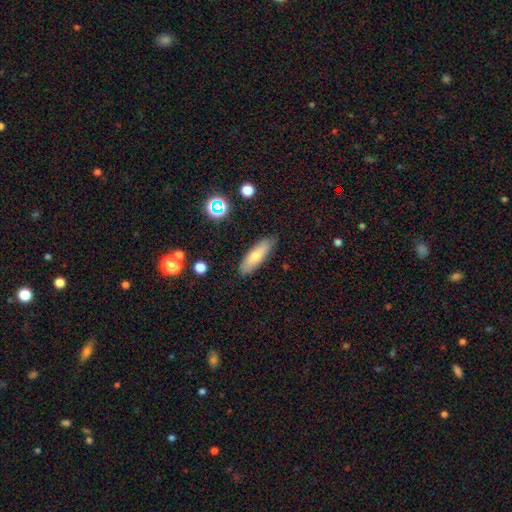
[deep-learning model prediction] smooth-or-featured: smooth: 73% | featured or disk: 20% | star or artifact: 7%
  how-rounded: cigar-shaped: 51% | in between: 47% | round: 2%
  merging: none: 84% | minor disturbance: 13% | major disturbance: 2% | merger: 1%